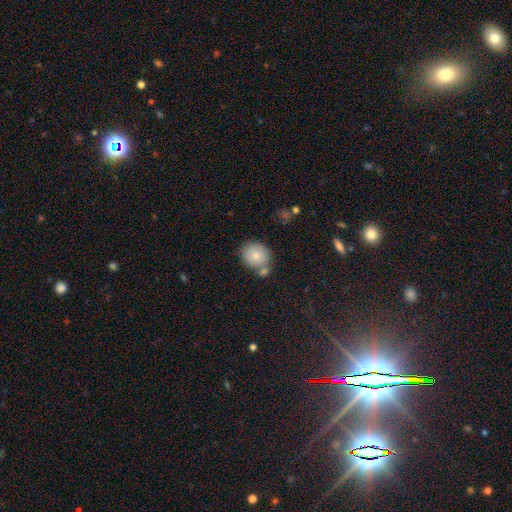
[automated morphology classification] type=smooth (82%); roundness=round (79%); merging=none (61%).